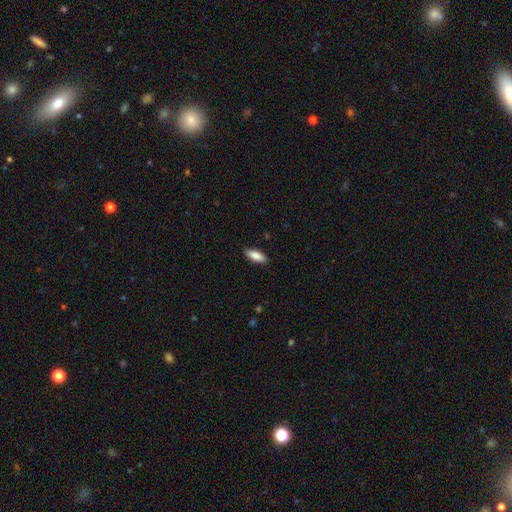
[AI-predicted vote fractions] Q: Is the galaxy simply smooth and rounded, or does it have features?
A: smooth — 85%.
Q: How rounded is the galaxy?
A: in between — 71%.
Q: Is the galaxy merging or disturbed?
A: none — 89%.